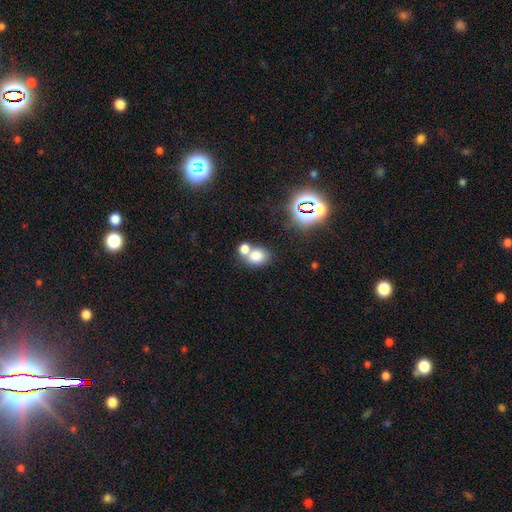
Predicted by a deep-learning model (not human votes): The model was most divided on "merging": merger: 47%, none: 40%, minor disturbance: 9%, major disturbance: 4%. More confident: smooth or featured — smooth (75%); how rounded — round (53%).